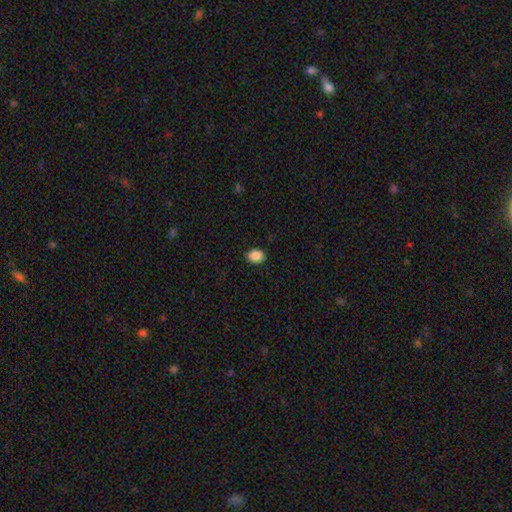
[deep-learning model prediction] Smooth or featured? smooth (88%)
How rounded? in between (58%)
Merging? none (90%)